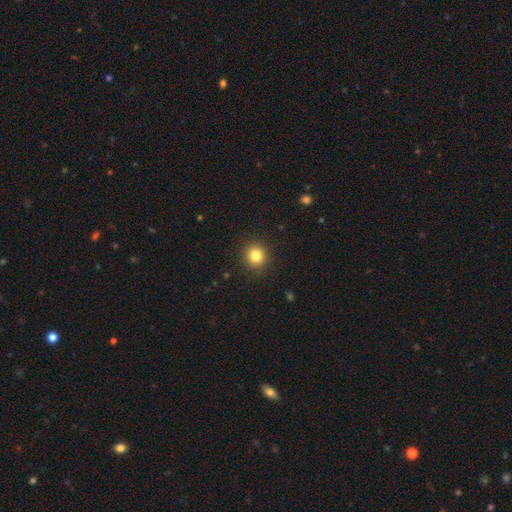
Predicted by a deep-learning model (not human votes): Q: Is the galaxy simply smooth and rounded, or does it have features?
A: smooth — 82%.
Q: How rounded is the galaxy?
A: round — 91%.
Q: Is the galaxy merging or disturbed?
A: none — 91%.